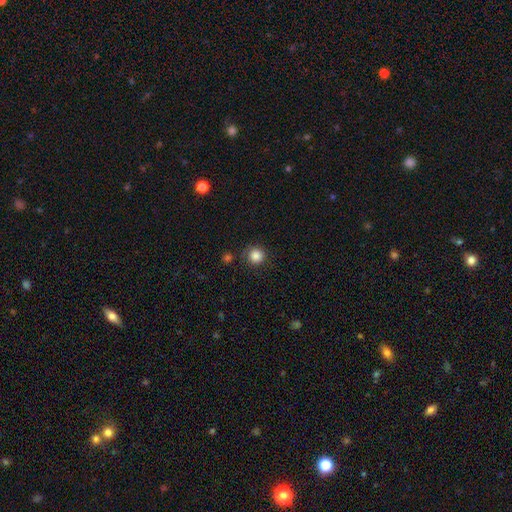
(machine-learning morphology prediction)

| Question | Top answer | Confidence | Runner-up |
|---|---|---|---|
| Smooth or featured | smooth | 85% | star or artifact (11%) |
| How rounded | round | 93% | in between (6%) |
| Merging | none | 81% | minor disturbance (11%) |